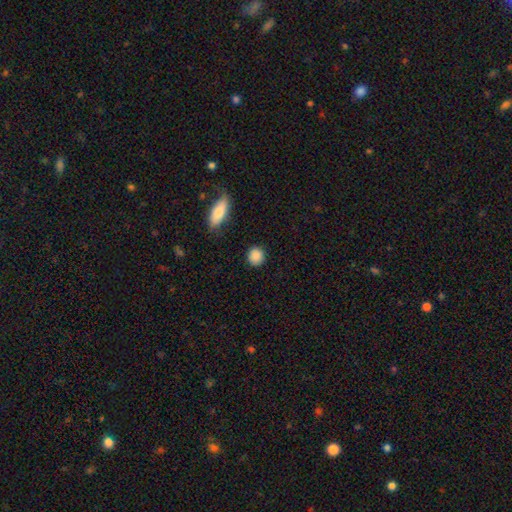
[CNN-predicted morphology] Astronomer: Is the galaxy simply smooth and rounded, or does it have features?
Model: smooth — 88%.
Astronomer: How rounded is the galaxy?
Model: round — 87%.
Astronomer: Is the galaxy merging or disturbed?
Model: none — 88%.